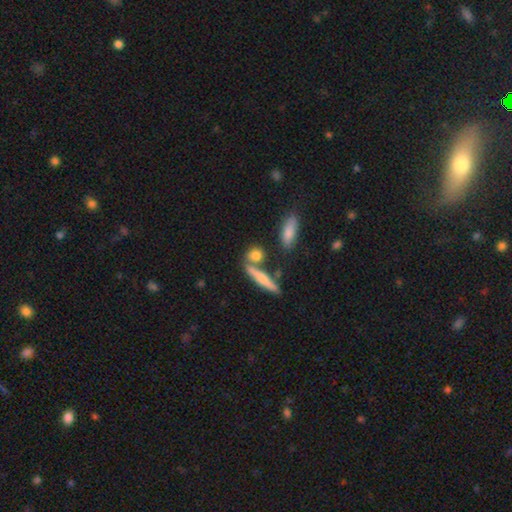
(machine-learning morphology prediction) Smooth or featured?
  - smooth: 75% *
  - featured or disk: 16%
  - star or artifact: 10%
How rounded?
  - round: 40% *
  - in between: 32%
  - cigar-shaped: 28%
Merging?
  - none: 63% *
  - merger: 21%
  - minor disturbance: 12%
  - major disturbance: 4%